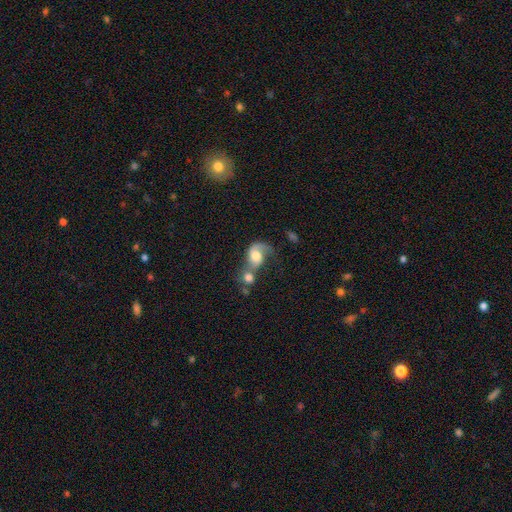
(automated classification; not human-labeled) A featured or disk galaxy (55%) with no bar (65%), spiral arms (83%) and a moderate central bulge (48%).

Vote fractions:
- Smooth or featured? featured or disk: 55% / smooth: 36% / star or artifact: 9%
- Edge-on disk? no: 97% / yes: 3%
- Bar? no: 65% / weak: 28% / strong: 7%
- Spiral arms? yes: 83% / no: 17%
- Bulge size? moderate: 48% / large: 32% / small: 11% / none: 5% / dominant: 4%
- Merging? merger: 64% / none: 15% / major disturbance: 14% / minor disturbance: 8%